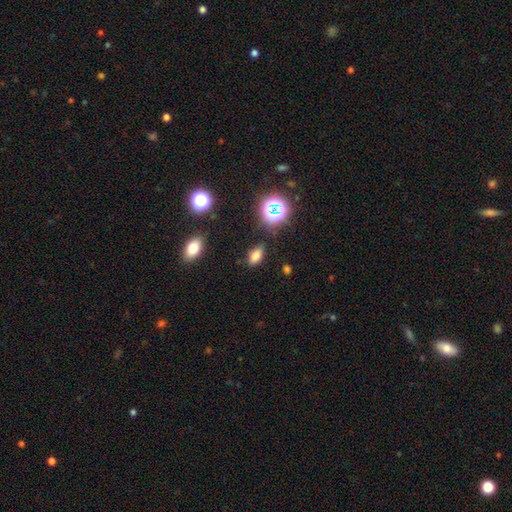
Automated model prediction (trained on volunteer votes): smooth 74%, star or artifact 19%, featured or disk 7%. Down the decision tree: how rounded — in between (87%); merging — none (83%).